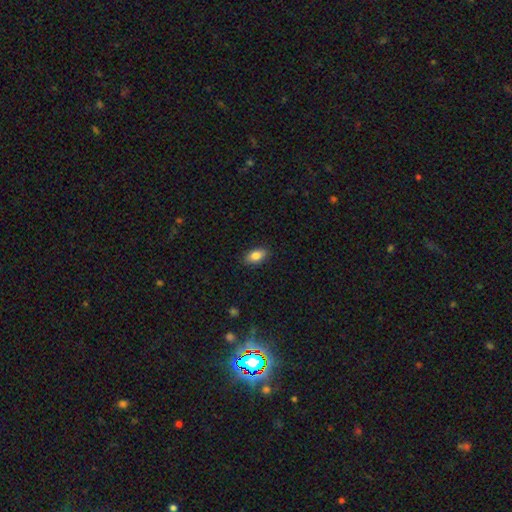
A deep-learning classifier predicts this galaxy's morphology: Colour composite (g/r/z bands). It shows a smooth galaxy with no disk features (84%) that is in between round and cigar-shaped (90%). Merging: none (88%).